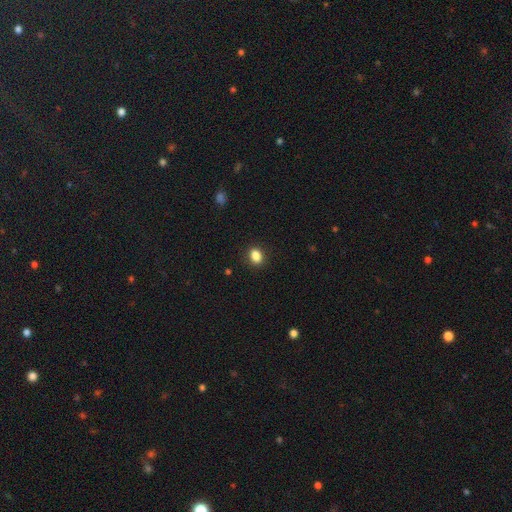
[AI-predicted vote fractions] Smooth or featured: smooth — 86% (star or artifact — 10%)
How rounded: in between — 68% (round — 30%)
Merging: none — 89% (minor disturbance — 8%)